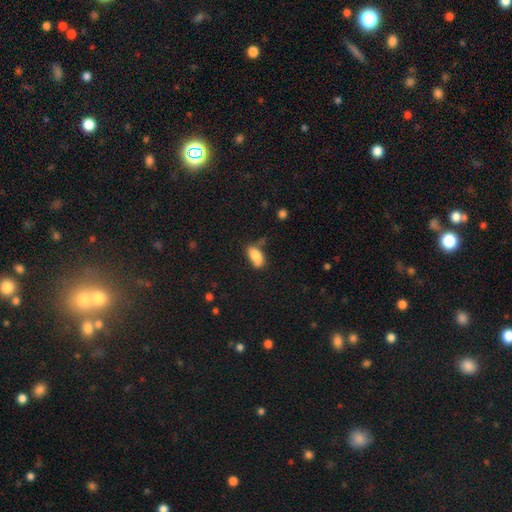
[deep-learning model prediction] Overall: smooth (80%). How rounded: in between (90%). Merging: none (48%; minor disturbance 32%).